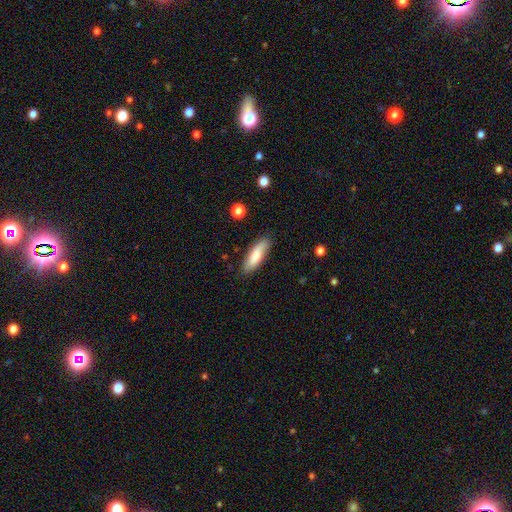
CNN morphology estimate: A smooth galaxy with no disk features (75%) that is cigar-shaped (50%).

Vote fractions:
- Smooth or featured? smooth: 75% / featured or disk: 19% / star or artifact: 6%
- How rounded? cigar-shaped: 50% / in between: 48% / round: 2%
- Merging? none: 82% / minor disturbance: 14% / major disturbance: 3% / merger: 2%